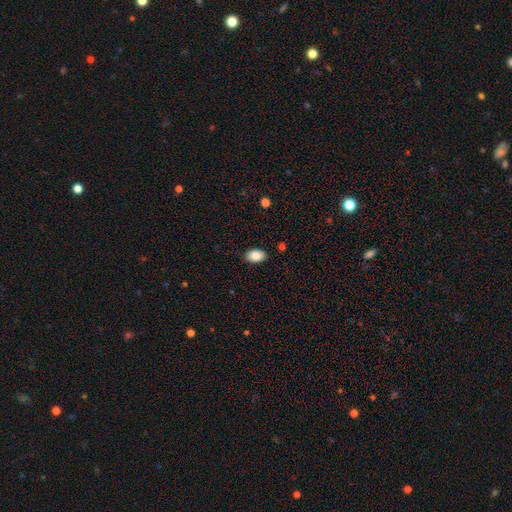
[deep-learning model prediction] Morphology: type=smooth (88%); roundness=in between (88%); merging=none (87%).